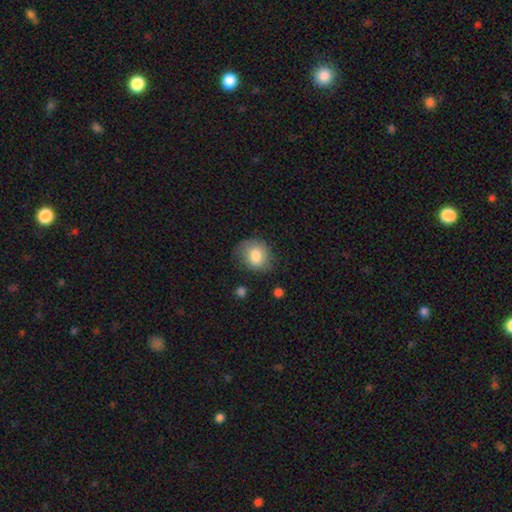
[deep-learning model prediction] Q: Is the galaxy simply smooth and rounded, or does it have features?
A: smooth — 81%.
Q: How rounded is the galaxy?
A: round — 68%.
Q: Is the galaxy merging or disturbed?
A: none — 68%.